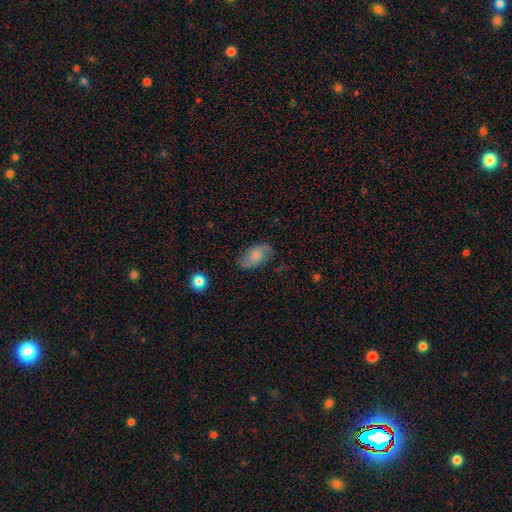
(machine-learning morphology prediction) This appears to be a smooth galaxy with no disk features (62%) that is in between round and cigar-shaped (92%). Merging: none (74%).